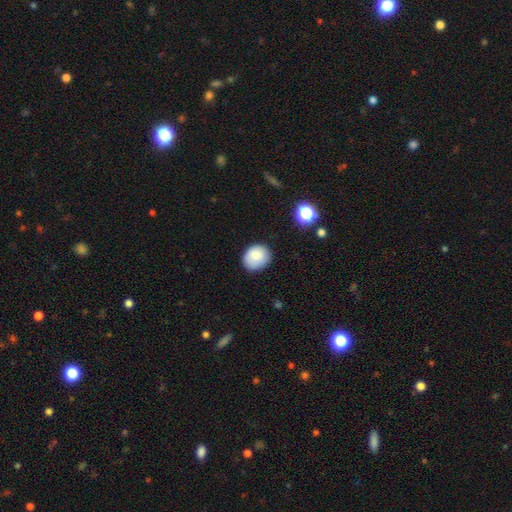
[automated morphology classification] smooth_or_featured: smooth (p=0.82) [alt: featured or disk p=0.09]
how_rounded: round (p=0.59) [alt: in between p=0.40]
merging: none (p=0.78) [alt: minor disturbance p=0.17]